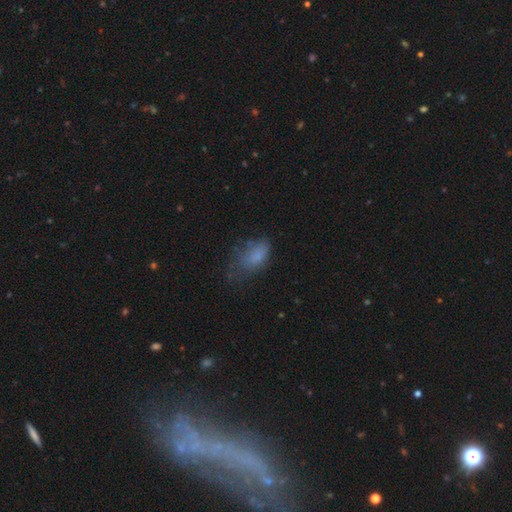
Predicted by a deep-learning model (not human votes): Q: Smooth or featured?
A: smooth (71%); runner-up: featured or disk (16%)
Q: How rounded?
A: in between (88%); runner-up: round (8%)
Q: Merging?
A: none (36%); runner-up: minor disturbance (31%)